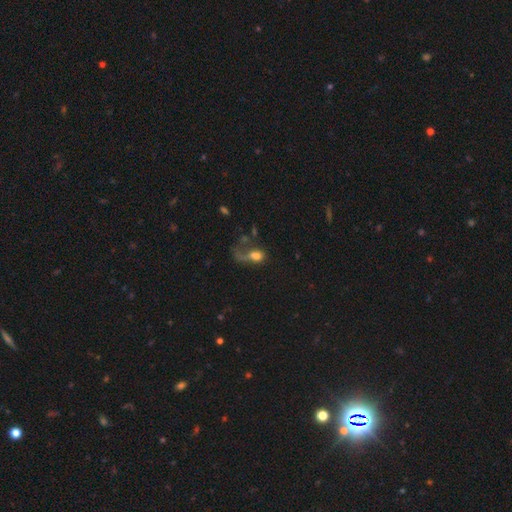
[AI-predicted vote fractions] Smooth or featured? smooth (57%)
How rounded? in between (56%)
Merging? major disturbance (50%)